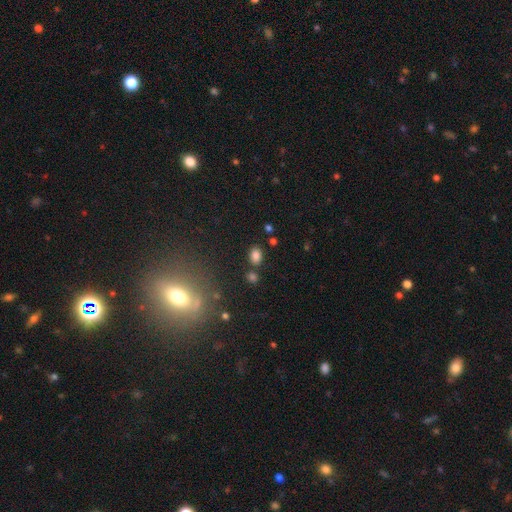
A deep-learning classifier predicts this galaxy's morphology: type=smooth (81%); roundness=in between (75%); merging=none (78%).